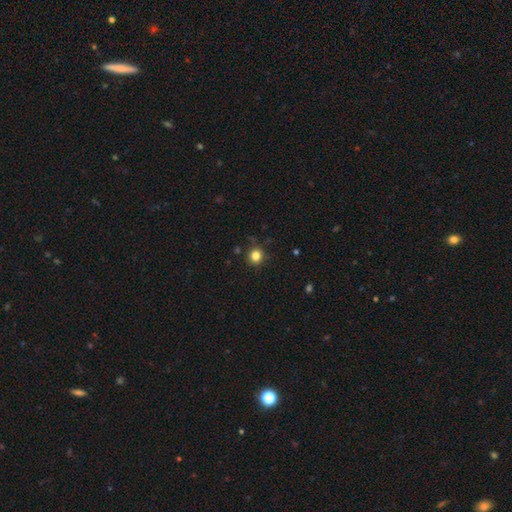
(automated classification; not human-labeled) Smooth or featured? Predicted: smooth (p=0.82). How rounded? Predicted: round (p=0.93). Merging? Predicted: none (p=0.88).